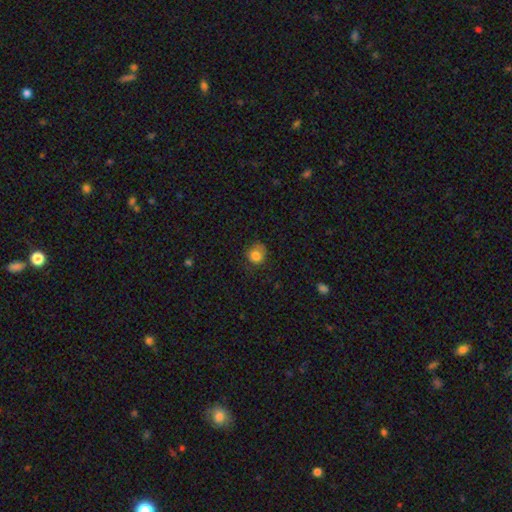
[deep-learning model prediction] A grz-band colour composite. It shows a smooth galaxy with no disk features (82%) that is round (83%). Merging: none (62%).